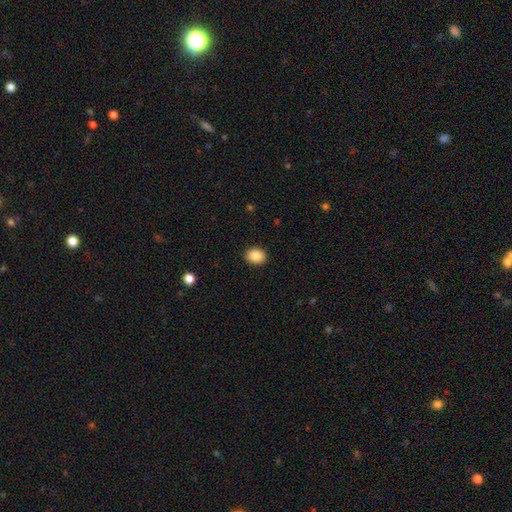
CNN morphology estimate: smooth 89%, star or artifact 8%, featured or disk 3%. Down the decision tree: how rounded — in between (54%); merging — none (91%).